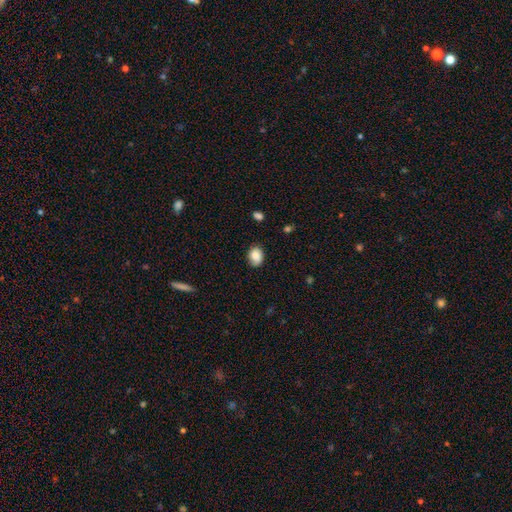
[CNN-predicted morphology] A smooth galaxy with no disk features (84%) that is in between round and cigar-shaped (66%).

Vote fractions:
- Smooth or featured? smooth: 84% / star or artifact: 8% / featured or disk: 8%
- How rounded? in between: 66% / round: 33% / cigar-shaped: 1%
- Merging? none: 78% / minor disturbance: 18% / major disturbance: 4% / merger: 1%